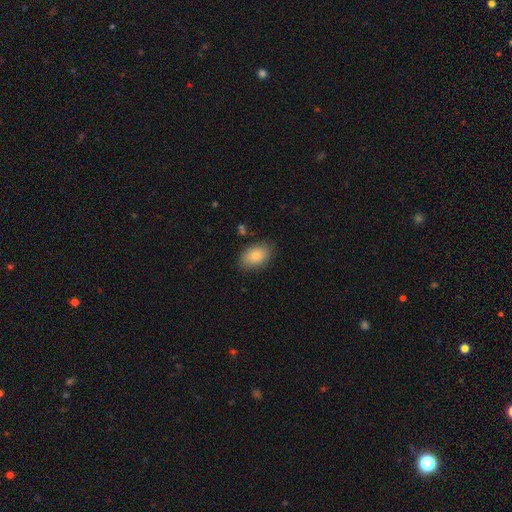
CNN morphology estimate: Smooth or featured: smooth — 84% (featured or disk — 9%)
How rounded: in between — 88% (round — 10%)
Merging: none — 83% (minor disturbance — 13%)